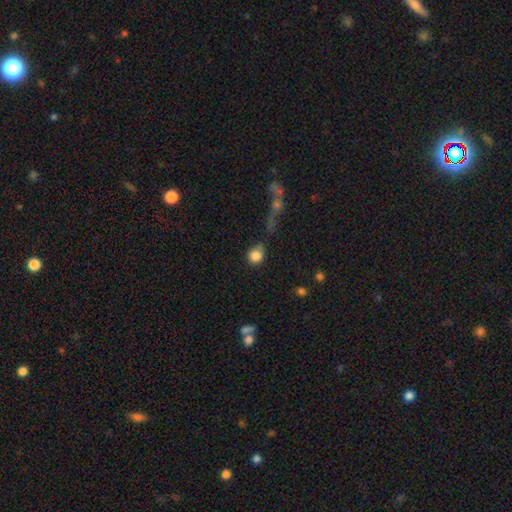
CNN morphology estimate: Smooth or featured?
  - smooth: 84% *
  - star or artifact: 9%
  - featured or disk: 7%
How rounded?
  - round: 76% *
  - in between: 23%
  - cigar-shaped: 2%
Merging?
  - none: 53% *
  - minor disturbance: 22%
  - major disturbance: 13%
  - merger: 12%